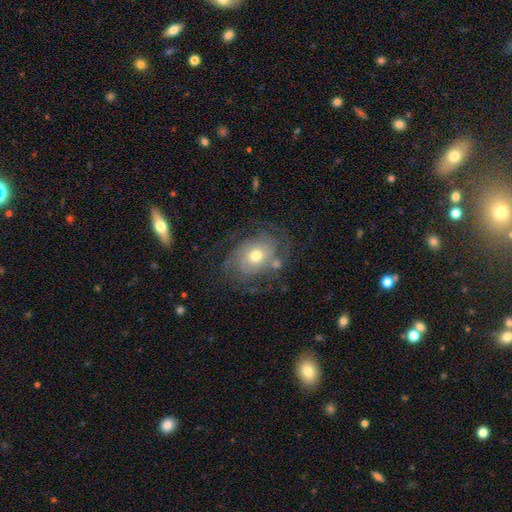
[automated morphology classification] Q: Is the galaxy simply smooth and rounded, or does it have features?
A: featured or disk — 70%.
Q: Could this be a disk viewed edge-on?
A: no — 96%.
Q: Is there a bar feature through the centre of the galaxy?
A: no — 80%.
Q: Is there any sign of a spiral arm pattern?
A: yes — 81%.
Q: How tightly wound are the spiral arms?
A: tight — 57%.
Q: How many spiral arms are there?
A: can't tell — 44%.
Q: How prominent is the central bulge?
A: moderate — 67%.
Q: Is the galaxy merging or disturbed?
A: none — 64%.